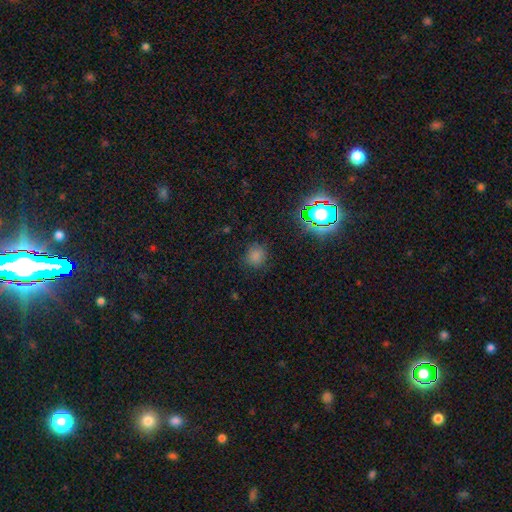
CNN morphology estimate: smooth-or-featured: smooth: 75% | star or artifact: 20% | featured or disk: 5%
  how-rounded: round: 85% | in between: 14% | cigar-shaped: 1%
  merging: none: 84% | minor disturbance: 11% | major disturbance: 4% | merger: 1%